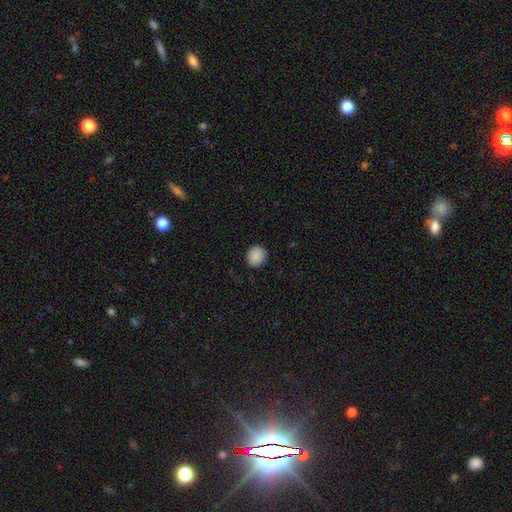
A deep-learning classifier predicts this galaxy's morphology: smooth-or-featured: smooth: 88% | star or artifact: 8% | featured or disk: 4%
  how-rounded: round: 83% | in between: 16% | cigar-shaped: 1%
  merging: none: 85% | minor disturbance: 11% | major disturbance: 2% | merger: 1%